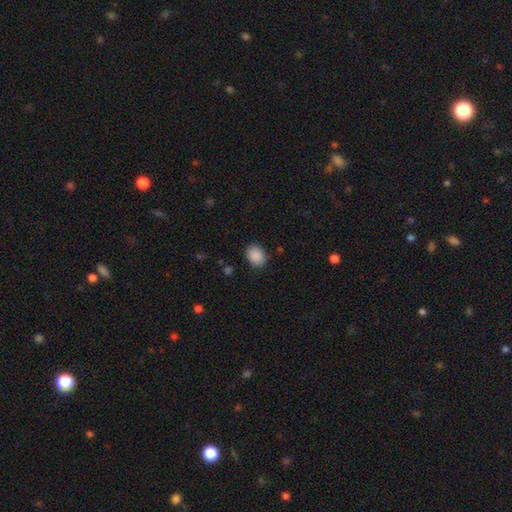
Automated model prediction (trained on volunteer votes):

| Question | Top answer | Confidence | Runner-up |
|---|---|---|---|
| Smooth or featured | smooth | 89% | star or artifact (8%) |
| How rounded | in between | 62% | round (37%) |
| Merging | none | 86% | minor disturbance (10%) |